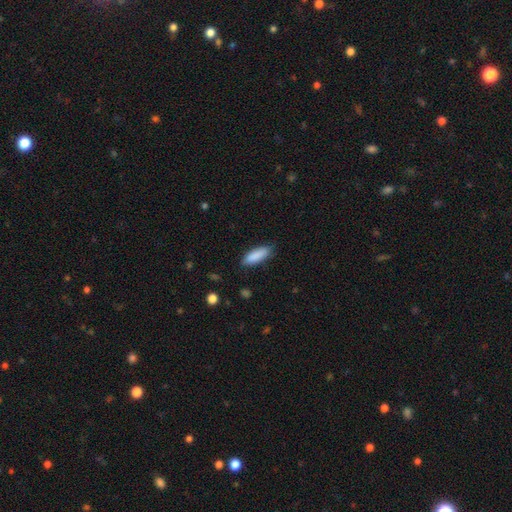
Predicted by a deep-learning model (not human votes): The model was most divided on "how rounded": in between: 58%, cigar-shaped: 41%, round: 2%. More confident: smooth or featured — smooth (89%); merging — none (86%).